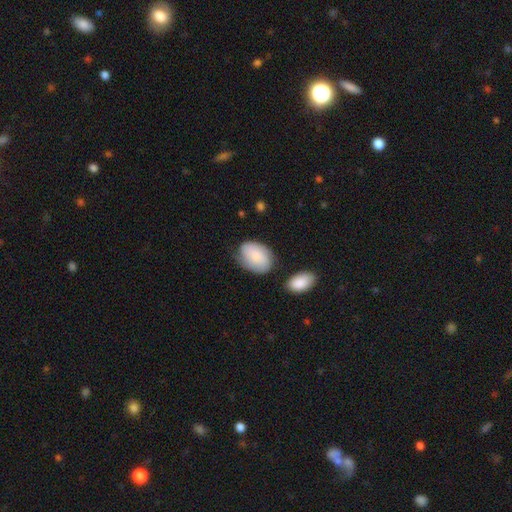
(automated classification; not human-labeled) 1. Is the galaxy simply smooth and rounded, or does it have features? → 76% smooth, 18% featured or disk, 6% star or artifact.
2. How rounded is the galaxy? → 84% in between, 14% round, 1% cigar-shaped.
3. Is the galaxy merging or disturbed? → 59% none, 25% minor disturbance, 8% merger, 7% major disturbance.